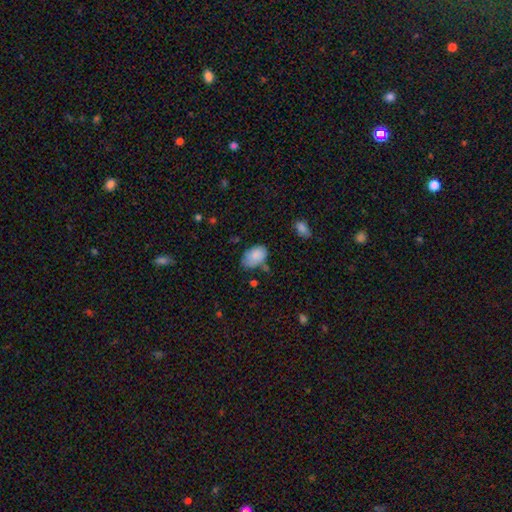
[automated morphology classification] A smooth galaxy with no disk features (85%) that is in between round and cigar-shaped (90%).

Vote fractions:
- Smooth or featured? smooth: 85% / featured or disk: 8% / star or artifact: 7%
- How rounded? in between: 90% / round: 9% / cigar-shaped: 1%
- Merging? none: 63% / minor disturbance: 26% / major disturbance: 6% / merger: 5%